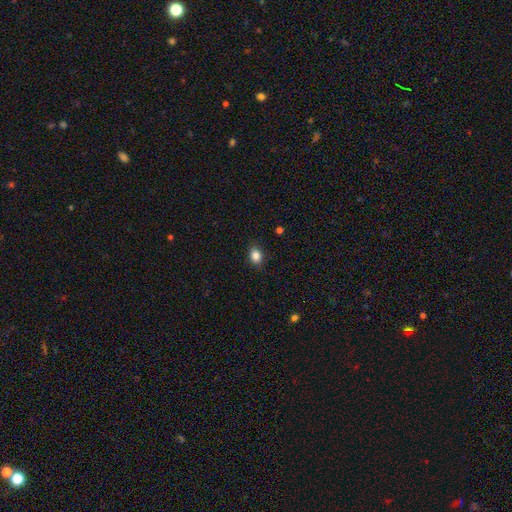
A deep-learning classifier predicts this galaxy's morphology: Smooth or featured? smooth (84%)
How rounded? in between (66%)
Merging? none (87%)